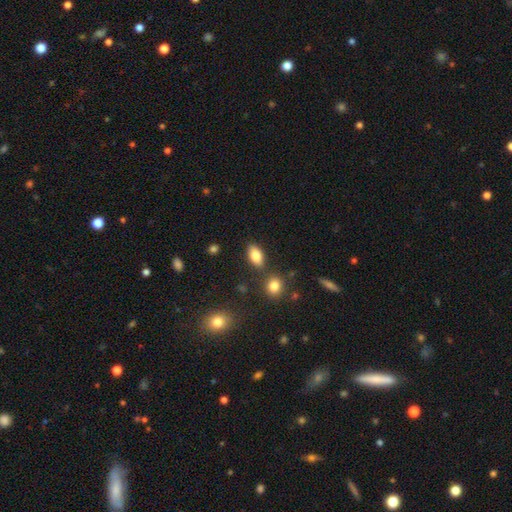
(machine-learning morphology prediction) smooth_or_featured: smooth (p=0.82) [alt: featured or disk p=0.10]
how_rounded: in between (p=0.89) [alt: round p=0.06]
merging: none (p=0.80) [alt: minor disturbance p=0.11]